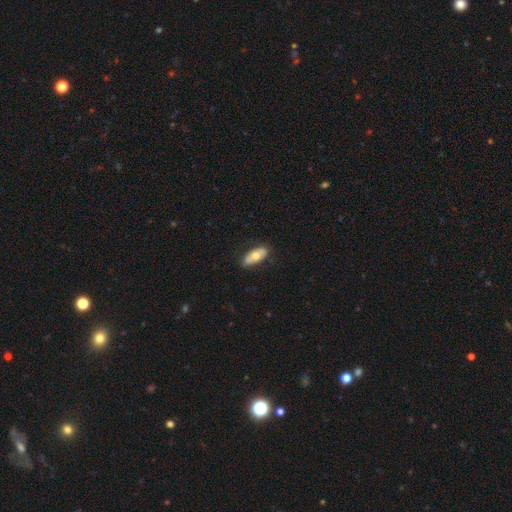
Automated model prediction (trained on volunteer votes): smooth-or-featured: smooth: 61% | featured or disk: 33% | star or artifact: 6%
  how-rounded: in between: 84% | cigar-shaped: 13% | round: 3%
  merging: none: 81% | minor disturbance: 14% | major disturbance: 3% | merger: 1%